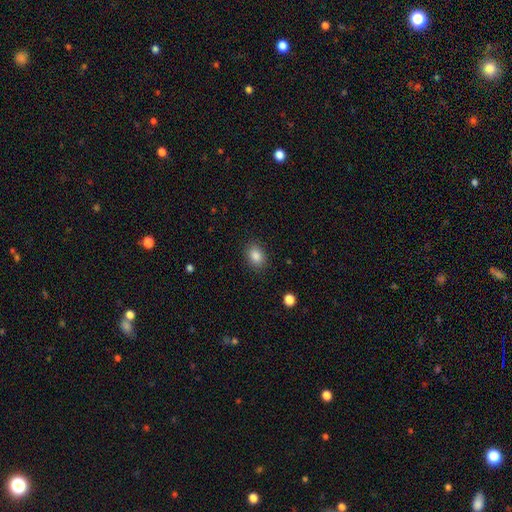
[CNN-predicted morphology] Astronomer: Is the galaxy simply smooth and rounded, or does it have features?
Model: smooth — 86%.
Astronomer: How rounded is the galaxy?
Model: in between — 71%.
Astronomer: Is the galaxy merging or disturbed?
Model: none — 87%.